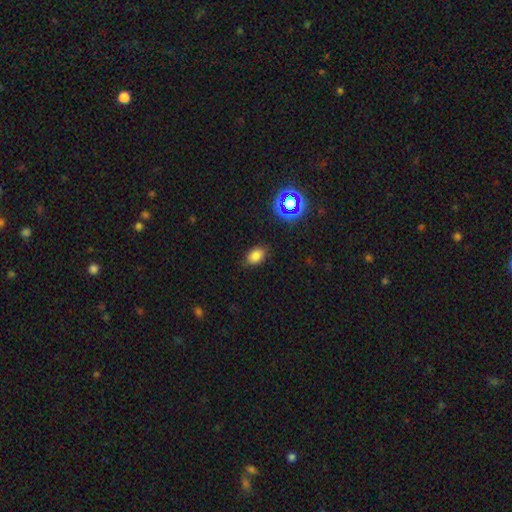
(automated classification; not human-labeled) smooth_or_featured: smooth (p=0.79) [alt: star or artifact p=0.15]
how_rounded: in between (p=0.80) [alt: round p=0.19]
merging: none (p=0.83) [alt: minor disturbance p=0.13]